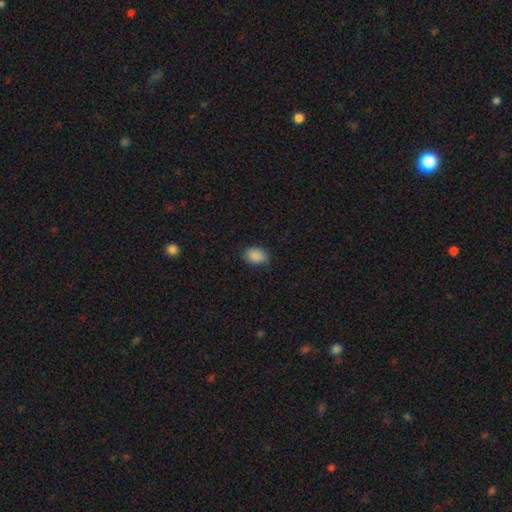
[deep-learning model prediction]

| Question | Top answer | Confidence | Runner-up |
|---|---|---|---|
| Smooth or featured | smooth | 88% | star or artifact (8%) |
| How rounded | in between | 78% | round (21%) |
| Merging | none | 77% | minor disturbance (18%) |